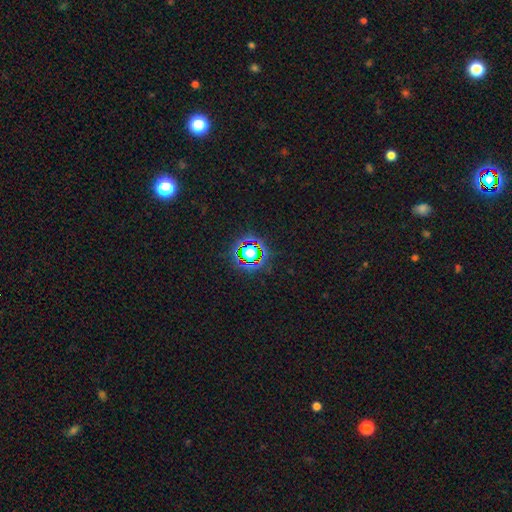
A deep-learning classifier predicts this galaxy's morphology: type=star or artifact (78%).